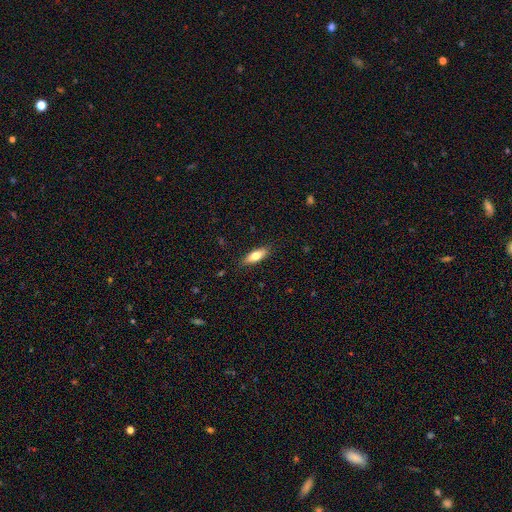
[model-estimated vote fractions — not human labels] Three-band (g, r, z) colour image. It shows a smooth galaxy with no disk features (70%) that is in between round and cigar-shaped (65%). Merging: none (86%).